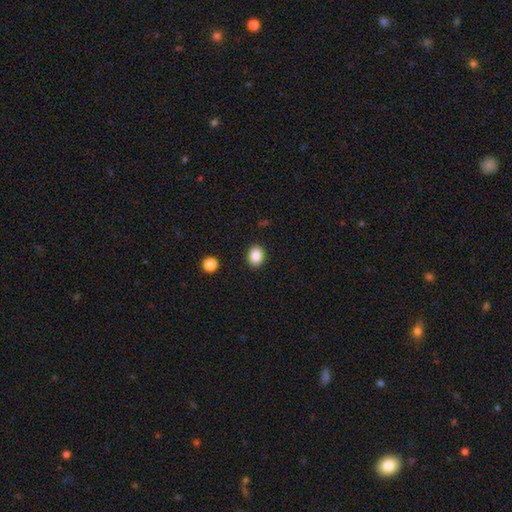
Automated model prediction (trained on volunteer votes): Smooth or featured? Predicted: smooth (p=0.87). How rounded? Predicted: in between (p=0.59). Merging? Predicted: none (p=0.90).